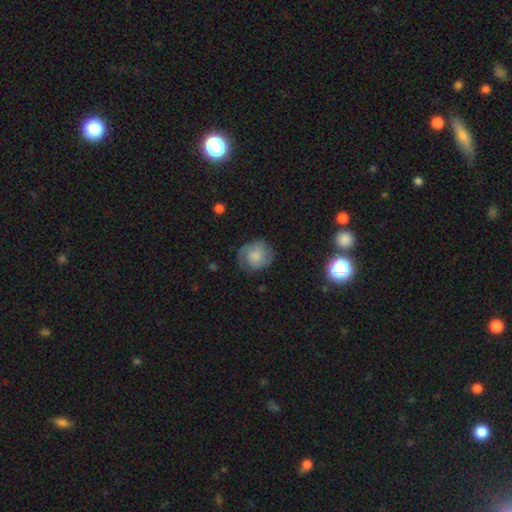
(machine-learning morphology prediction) type=smooth (62%); roundness=round (85%); merging=none (73%).